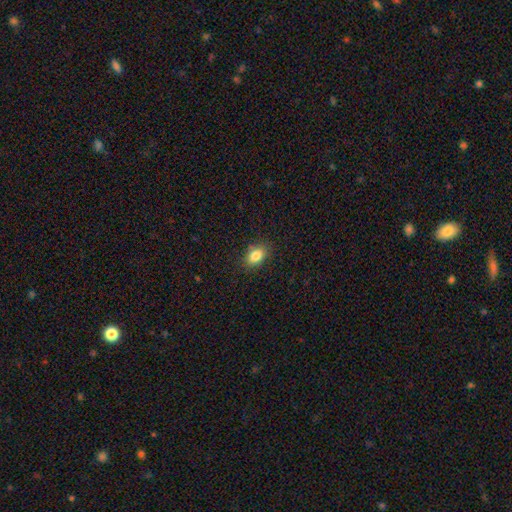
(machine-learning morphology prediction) The model was most divided on "how rounded": in between: 81%, round: 18%, cigar-shaped: 2%. More confident: merging — none (86%); smooth or featured — smooth (84%).